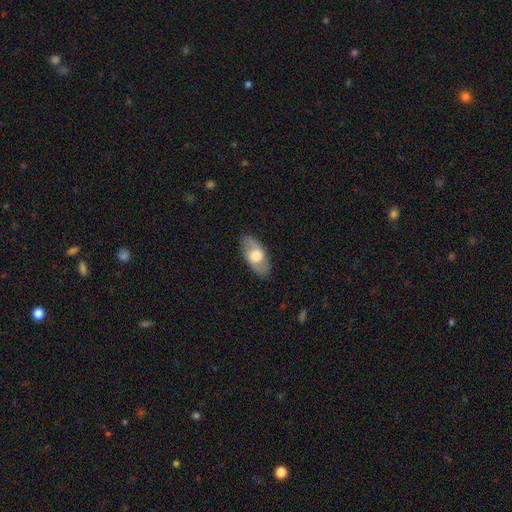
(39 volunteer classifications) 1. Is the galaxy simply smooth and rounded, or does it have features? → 54% smooth, 44% featured or disk, 3% star or artifact.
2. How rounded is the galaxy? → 95% in between, 5% cigar-shaped, 0% round.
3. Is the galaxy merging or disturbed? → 95% none, 5% minor disturbance, 0% major disturbance, 0% merger.